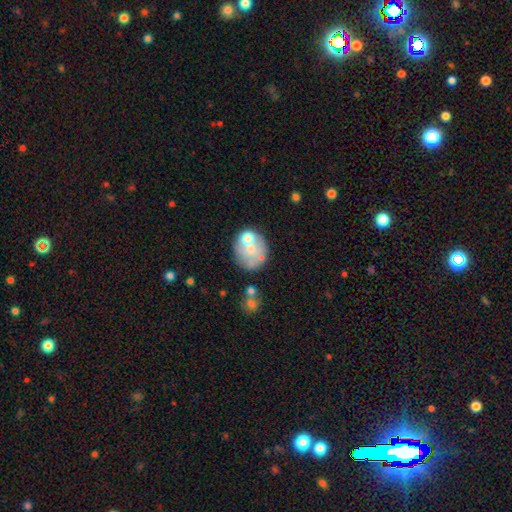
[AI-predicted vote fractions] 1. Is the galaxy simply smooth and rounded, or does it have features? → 51% smooth, 39% featured or disk, 10% star or artifact.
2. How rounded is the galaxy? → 59% round, 40% in between, 1% cigar-shaped.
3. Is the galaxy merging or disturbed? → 46% none, 20% minor disturbance, 20% merger, 14% major disturbance.